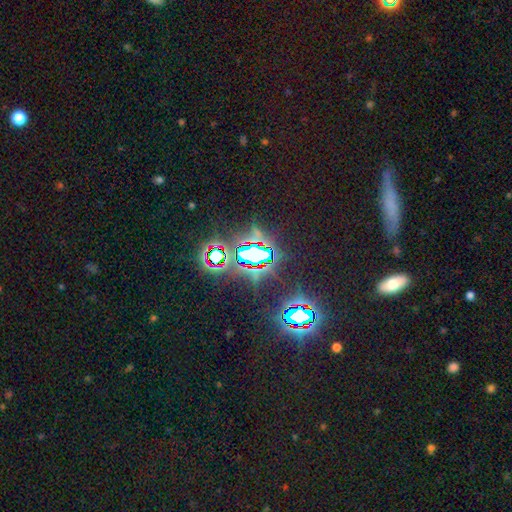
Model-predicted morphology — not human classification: smooth-or-featured: star or artifact: 77% | smooth: 12% | featured or disk: 11%